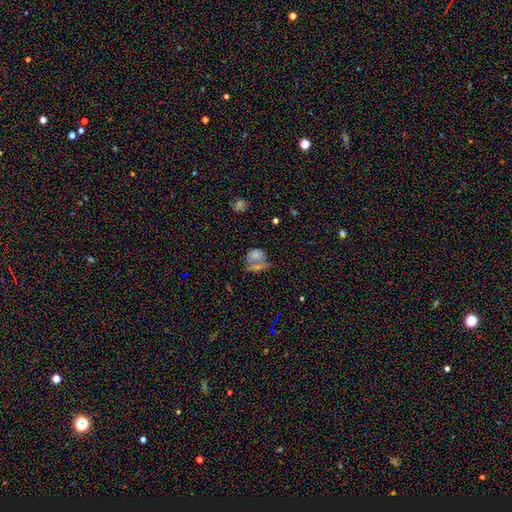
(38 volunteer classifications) Smooth or featured?
  - smooth: 71% *
  - featured or disk: 21%
  - star or artifact: 8%
How rounded?
  - in between: 67% *
  - round: 33%
  - cigar-shaped: 0%
Merging?
  - merger: 49% *
  - none: 37%
  - minor disturbance: 11%
  - major disturbance: 3%